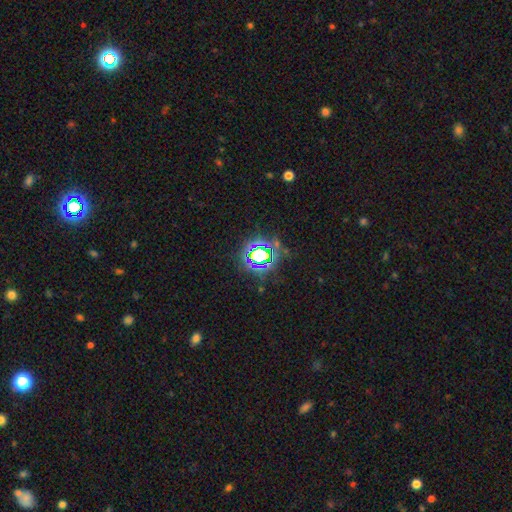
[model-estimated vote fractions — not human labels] A star or artifact, not a galaxy (66%).

Vote fractions:
- Smooth or featured? star or artifact: 66% / smooth: 22% / featured or disk: 12%